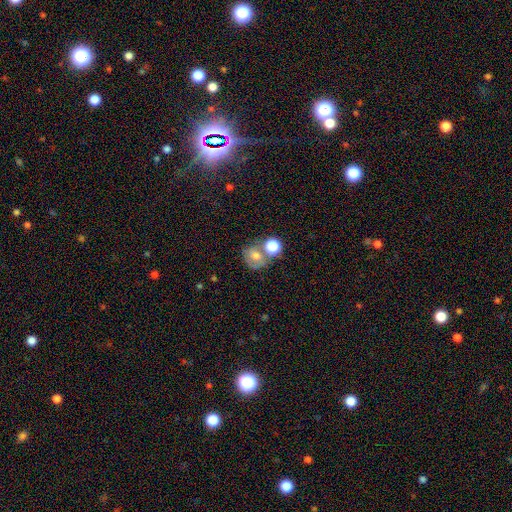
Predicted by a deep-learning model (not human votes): Morphology: type=smooth (54%); roundness=round (67%); merging=none (44%).